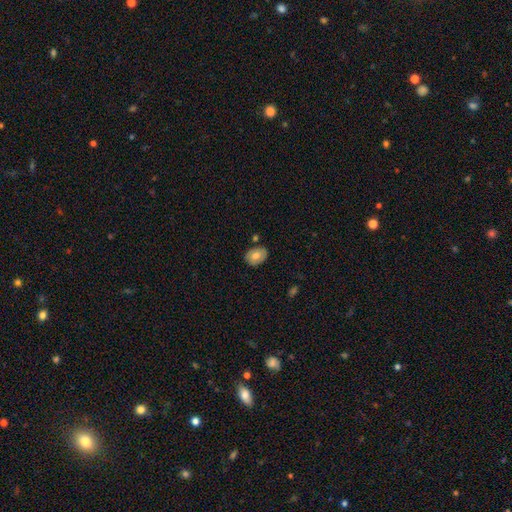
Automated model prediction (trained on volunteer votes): smooth 61%, featured or disk 32%, star or artifact 7%. Down the decision tree: how rounded — in between (72%); merging — none (80%).